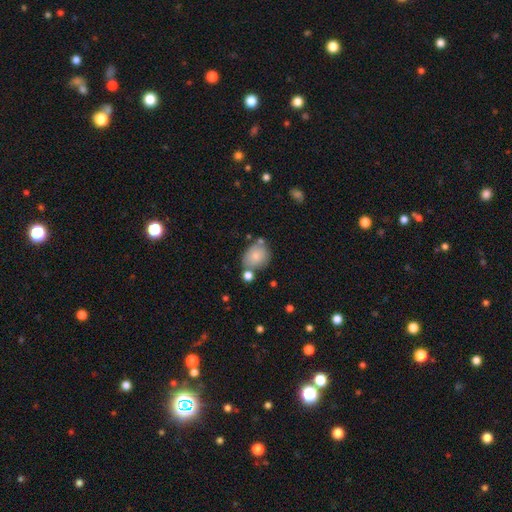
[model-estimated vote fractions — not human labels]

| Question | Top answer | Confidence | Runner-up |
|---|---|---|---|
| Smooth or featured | smooth | 79% | featured or disk (13%) |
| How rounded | round | 52% | in between (47%) |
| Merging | none | 63% | minor disturbance (18%) |